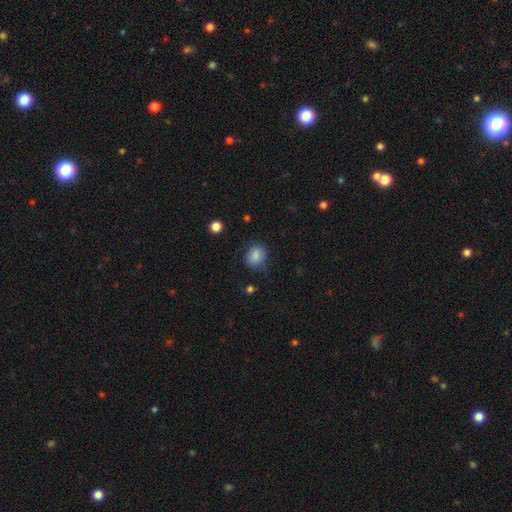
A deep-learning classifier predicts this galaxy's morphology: A smooth galaxy with no disk features (86%) that is round (61%).

Vote fractions:
- Smooth or featured? smooth: 86% / star or artifact: 9% / featured or disk: 5%
- How rounded? round: 61% / in between: 38% / cigar-shaped: 1%
- Merging? none: 73% / minor disturbance: 20% / major disturbance: 5% / merger: 2%